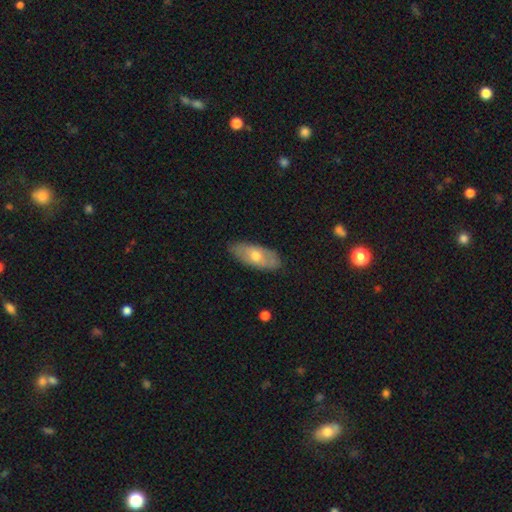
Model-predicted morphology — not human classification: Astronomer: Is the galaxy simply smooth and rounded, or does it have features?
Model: smooth — 52% (runner-up: featured or disk, 42%).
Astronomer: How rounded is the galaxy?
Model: in between — 84%.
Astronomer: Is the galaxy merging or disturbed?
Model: none — 81%.